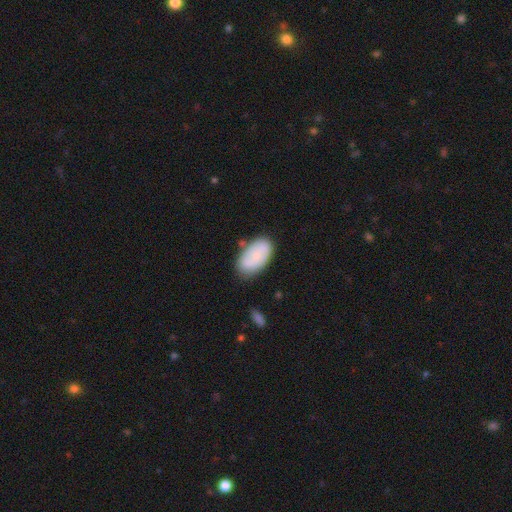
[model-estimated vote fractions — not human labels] A smooth galaxy with no disk features (66%) that is in between round and cigar-shaped (94%). Merging: none (71%).